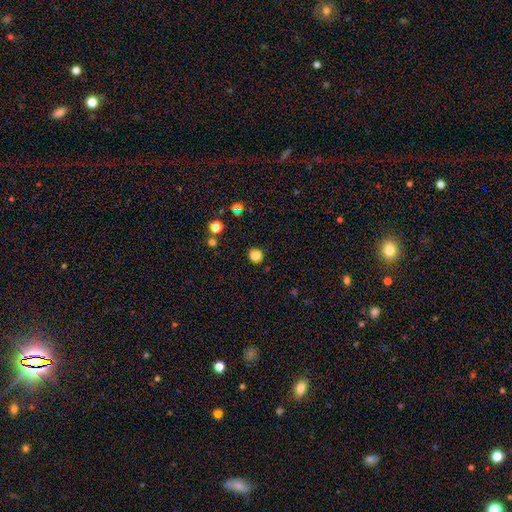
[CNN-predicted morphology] A smooth galaxy with no disk features (82%) that is round (84%).

Vote fractions:
- Smooth or featured? smooth: 82% / star or artifact: 13% / featured or disk: 4%
- How rounded? round: 84% / in between: 15% / cigar-shaped: 1%
- Merging? none: 85% / minor disturbance: 10% / major disturbance: 3% / merger: 2%